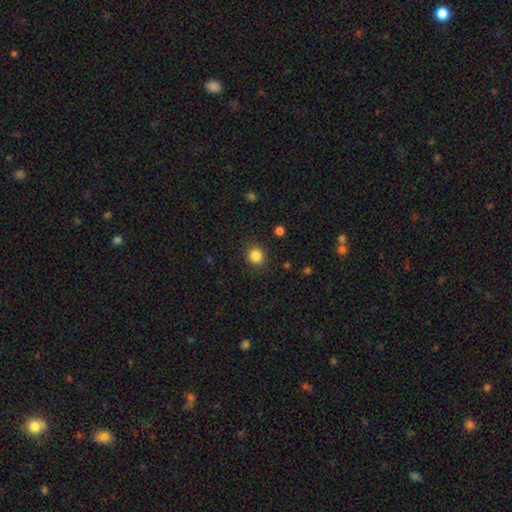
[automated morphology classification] smooth_or_featured: smooth (p=0.85) [alt: star or artifact p=0.11]
how_rounded: round (p=0.88) [alt: in between p=0.11]
merging: none (p=0.89) [alt: minor disturbance p=0.07]